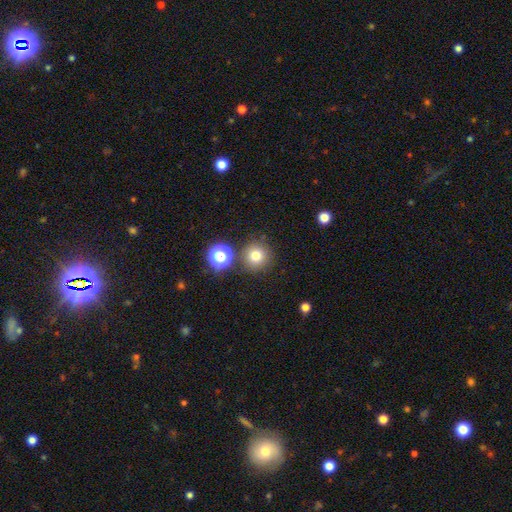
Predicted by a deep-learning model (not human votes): A smooth galaxy with no disk features (76%) that is round (94%).

Vote fractions:
- Smooth or featured? smooth: 76% / star or artifact: 16% / featured or disk: 8%
- How rounded? round: 94% / in between: 5% / cigar-shaped: 1%
- Merging? none: 82% / minor disturbance: 8% / merger: 8% / major disturbance: 3%